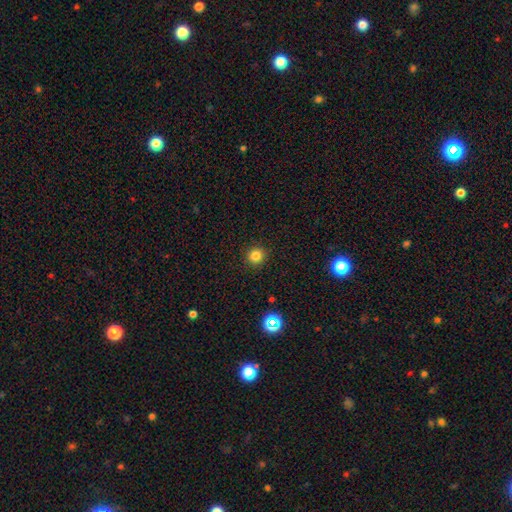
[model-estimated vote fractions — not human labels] Smooth or featured? Predicted: smooth (p=0.81). How rounded? Predicted: round (p=0.94). Merging? Predicted: none (p=0.92).